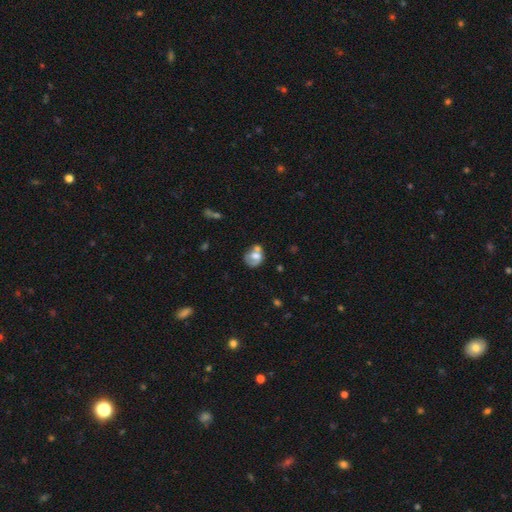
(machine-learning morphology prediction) smooth_or_featured: smooth (p=0.54) [alt: featured or disk p=0.38]
how_rounded: round (p=0.55) [alt: in between p=0.44]
merging: merger (p=0.35) [alt: none p=0.32]